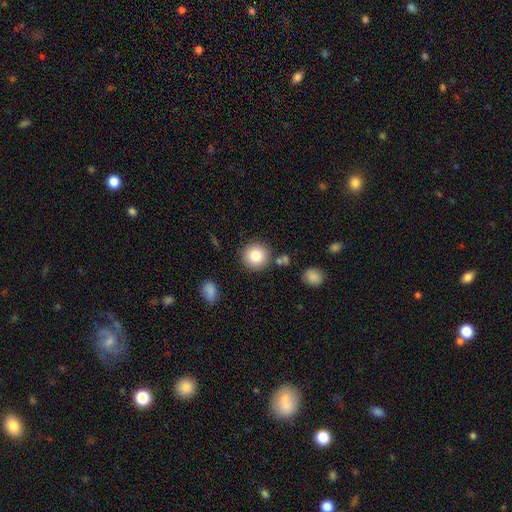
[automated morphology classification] Smooth or featured?
  - smooth: 83% *
  - star or artifact: 9%
  - featured or disk: 8%
How rounded?
  - round: 93% *
  - in between: 6%
  - cigar-shaped: 1%
Merging?
  - none: 84% *
  - minor disturbance: 8%
  - merger: 6%
  - major disturbance: 3%